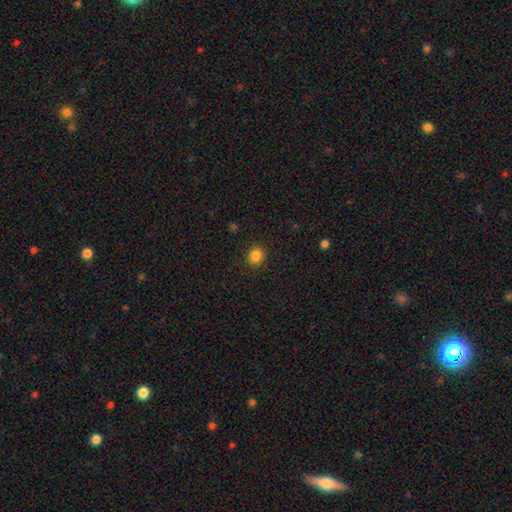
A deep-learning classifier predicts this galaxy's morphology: Smooth or featured?
  - smooth: 85% *
  - star or artifact: 11%
  - featured or disk: 4%
How rounded?
  - round: 79% *
  - in between: 20%
  - cigar-shaped: 1%
Merging?
  - none: 90% *
  - minor disturbance: 6%
  - major disturbance: 2%
  - merger: 1%